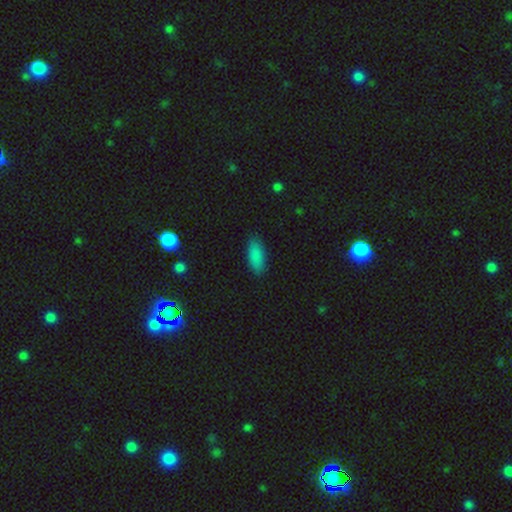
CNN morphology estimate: Smooth or featured? Predicted: smooth (p=0.87). How rounded? Predicted: in between (p=0.79). Merging? Predicted: none (p=0.86).